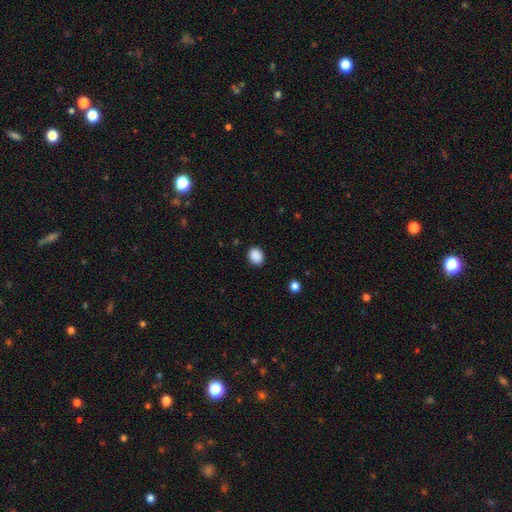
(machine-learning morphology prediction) smooth-or-featured: smooth: 89% | star or artifact: 8% | featured or disk: 2%
  how-rounded: round: 50% | in between: 49% | cigar-shaped: 1%
  merging: none: 90% | minor disturbance: 7% | major disturbance: 2% | merger: 1%